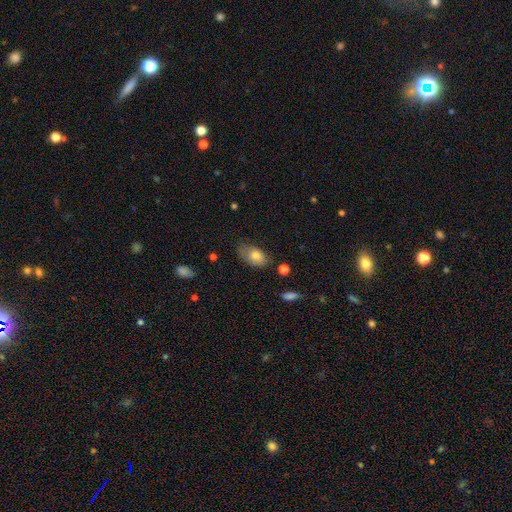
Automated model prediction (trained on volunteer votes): Smooth or featured?
  - smooth: 77% *
  - featured or disk: 16%
  - star or artifact: 8%
How rounded?
  - in between: 91% *
  - round: 7%
  - cigar-shaped: 2%
Merging?
  - none: 54% *
  - minor disturbance: 33%
  - major disturbance: 10%
  - merger: 2%